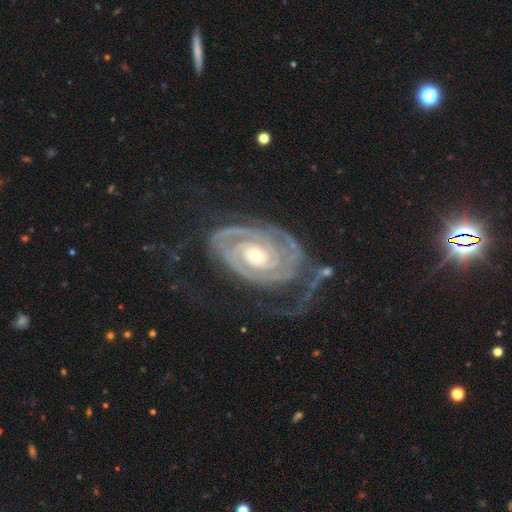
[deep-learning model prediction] Smooth or featured? featured or disk (92%)
Edge-on disk? no (97%)
Bar? no (63%)
Spiral arms? yes (97%)
Spiral winding? tight (79%)
Spiral arm count? 2 (51%)
Bulge size? moderate (53%)
Merging? none (52%)